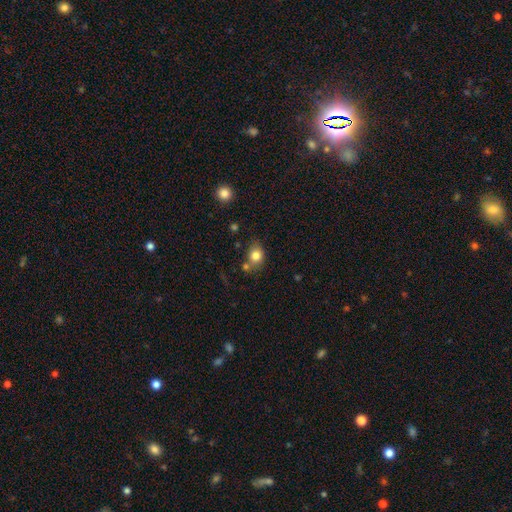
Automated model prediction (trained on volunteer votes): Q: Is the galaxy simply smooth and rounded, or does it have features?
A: smooth — 81%.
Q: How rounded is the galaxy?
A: round — 55%.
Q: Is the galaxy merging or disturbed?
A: none — 62%.